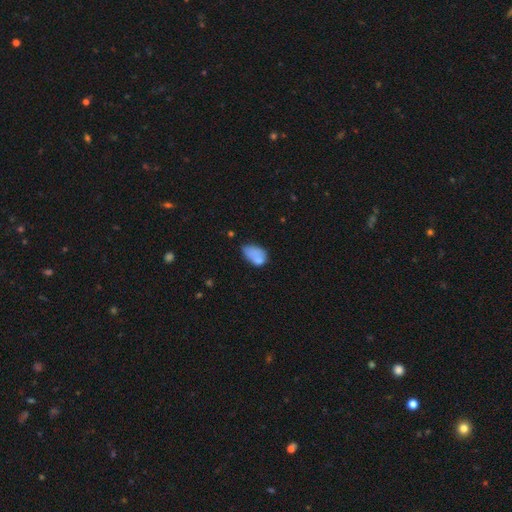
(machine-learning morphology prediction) The model was most divided on "merging": minor disturbance: 35%, none: 32%, major disturbance: 18%, merger: 15%. More confident: how rounded — in between (88%); smooth or featured — smooth (75%).